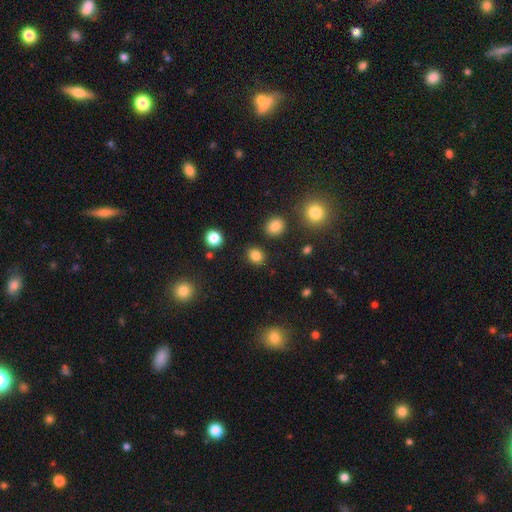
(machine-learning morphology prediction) Smooth or featured? smooth (84%)
How rounded? round (63%)
Merging? none (88%)